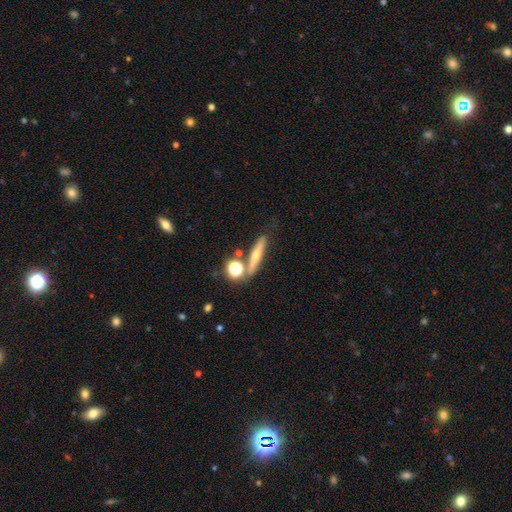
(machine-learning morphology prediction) Smooth or featured?
  - featured or disk: 54% *
  - smooth: 32%
  - star or artifact: 14%
Edge-on disk?
  - yes: 85% *
  - no: 15%
Merging?
  - none: 66% *
  - merger: 14%
  - minor disturbance: 14%
  - major disturbance: 6%